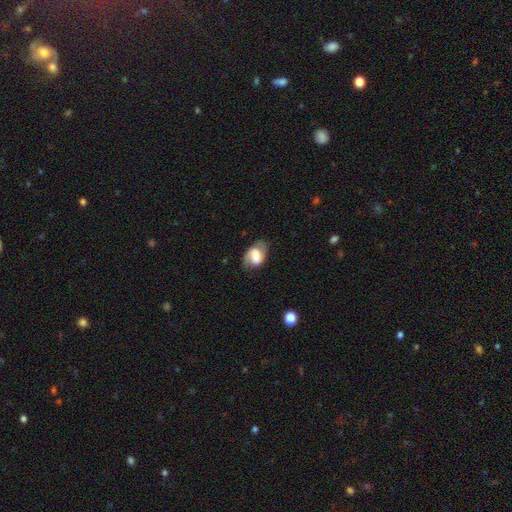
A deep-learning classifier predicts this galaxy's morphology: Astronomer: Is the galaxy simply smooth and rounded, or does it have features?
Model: featured or disk — 52% (runner-up: smooth, 40%).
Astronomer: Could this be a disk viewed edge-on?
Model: no — 96%.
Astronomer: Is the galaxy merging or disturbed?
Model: none — 59%.